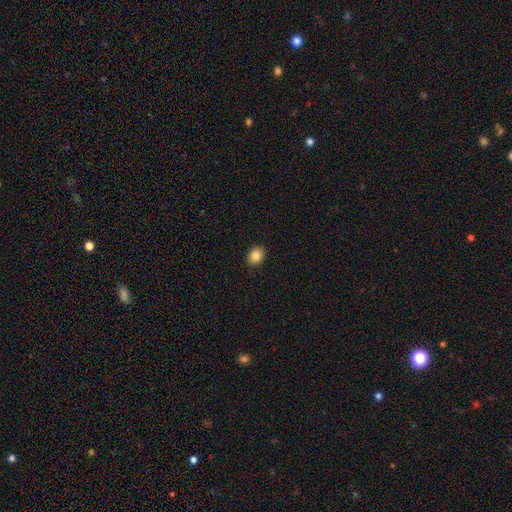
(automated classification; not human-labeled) Q: Smooth or featured?
A: smooth (84%); runner-up: star or artifact (9%)
Q: How rounded?
A: in between (52%); runner-up: round (47%)
Q: Merging?
A: none (91%); runner-up: minor disturbance (6%)